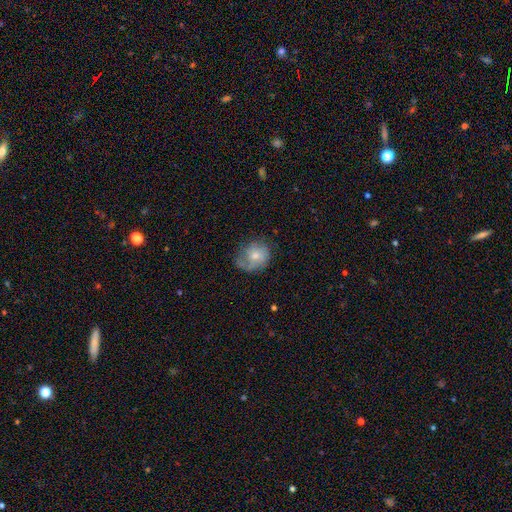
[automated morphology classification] This is possibly a smooth galaxy (54%). How rounded: likely round (62%). Merging: possibly none (51%).